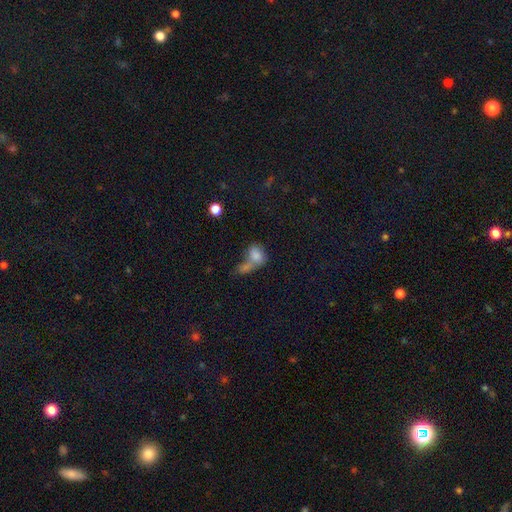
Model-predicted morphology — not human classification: smooth-or-featured: smooth: 77% | featured or disk: 13% | star or artifact: 10%
  how-rounded: in between: 75% | round: 23% | cigar-shaped: 3%
  merging: merger: 60% | none: 20% | major disturbance: 10% | minor disturbance: 10%